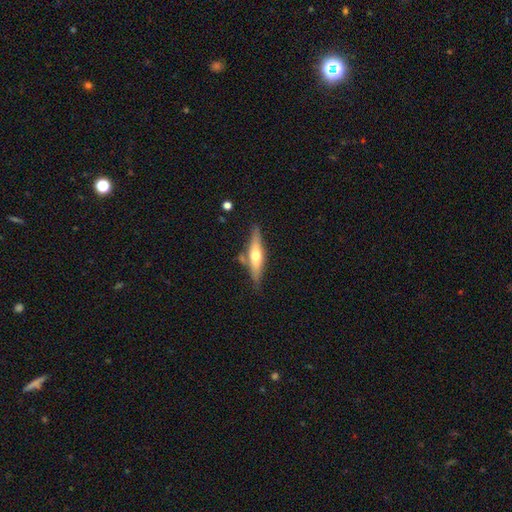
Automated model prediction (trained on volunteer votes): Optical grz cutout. It shows a featured or disk galaxy (55%) viewed edge-on (92%) with a rounded central bulge (90%). Merging: none (75%).